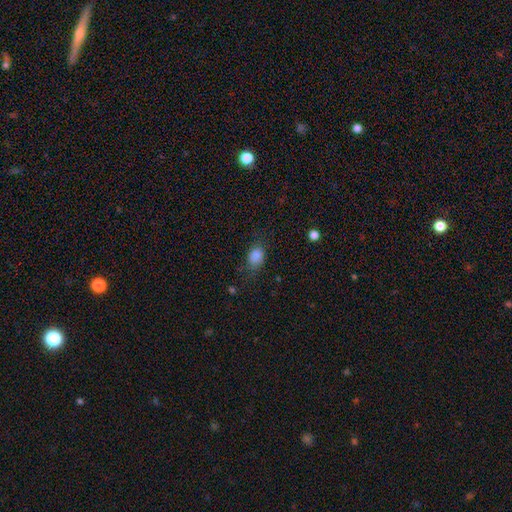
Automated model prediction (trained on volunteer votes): A smooth galaxy with no disk features (85%) that is in between round and cigar-shaped (74%). Merging: none (67%).